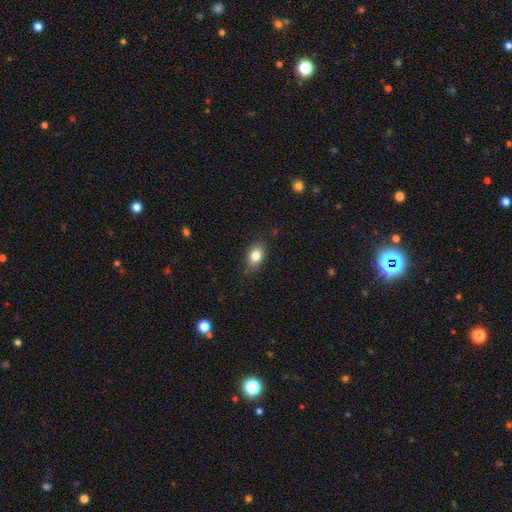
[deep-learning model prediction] This is clearly a smooth galaxy (81%). How rounded: clearly in between (84%). Merging: clearly none (83%).